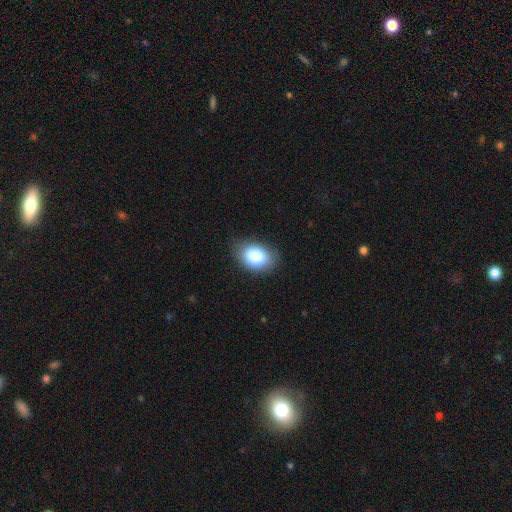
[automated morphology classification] The model was most divided on "how rounded": in between: 80%, round: 19%, cigar-shaped: 1%. More confident: smooth or featured — smooth (86%); merging — none (81%).